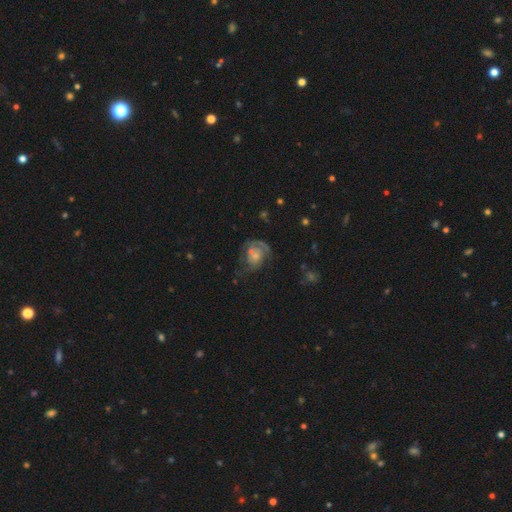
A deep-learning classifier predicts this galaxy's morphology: Smooth or featured? featured or disk (64%)
Edge-on disk? no (97%)
Bar? no (76%)
Spiral arms? yes (80%)
Bulge size? small (48%)
Merging? none (47%)